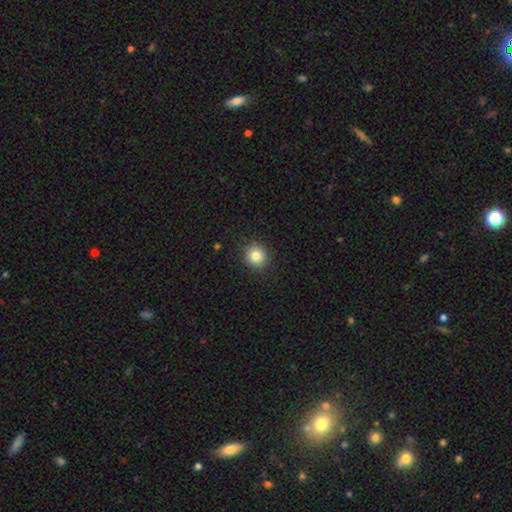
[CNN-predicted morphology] This is clearly a smooth galaxy (82%). How rounded: clearly round (89%). Merging: clearly none (90%).